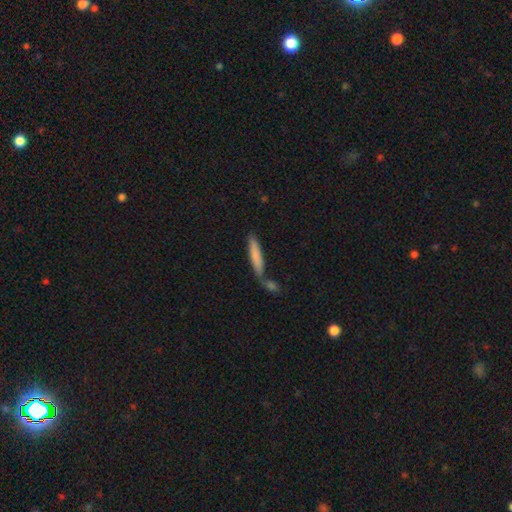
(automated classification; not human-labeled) Smooth or featured: smooth — 77% (featured or disk — 17%)
How rounded: cigar-shaped — 86% (in between — 12%)
Merging: none — 53% (merger — 28%)